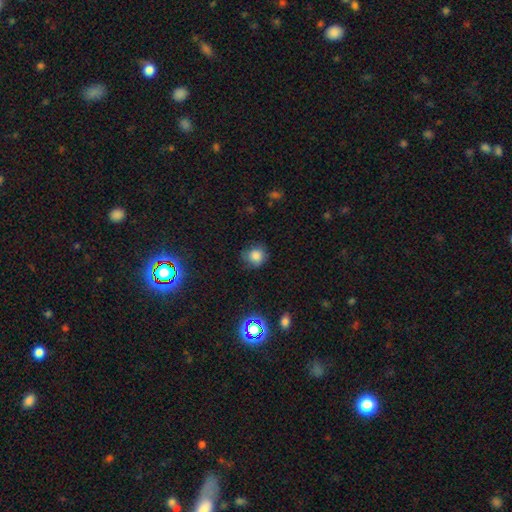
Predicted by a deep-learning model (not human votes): Smooth or featured: smooth — 79% (star or artifact — 14%)
How rounded: round — 83% (in between — 16%)
Merging: none — 69% (minor disturbance — 22%)